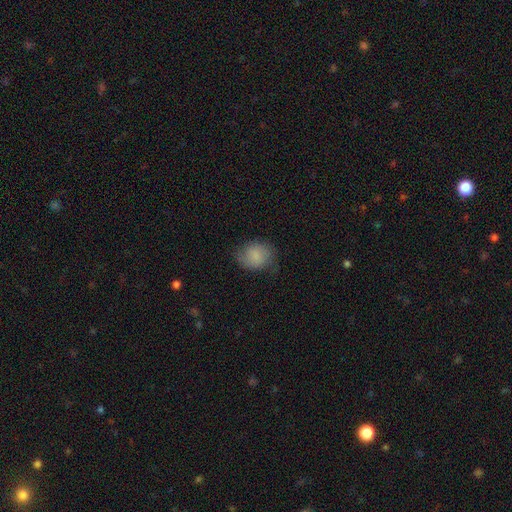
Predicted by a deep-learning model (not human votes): Smooth or featured: smooth — 77% (featured or disk — 15%)
How rounded: round — 57% (in between — 42%)
Merging: none — 68% (minor disturbance — 23%)